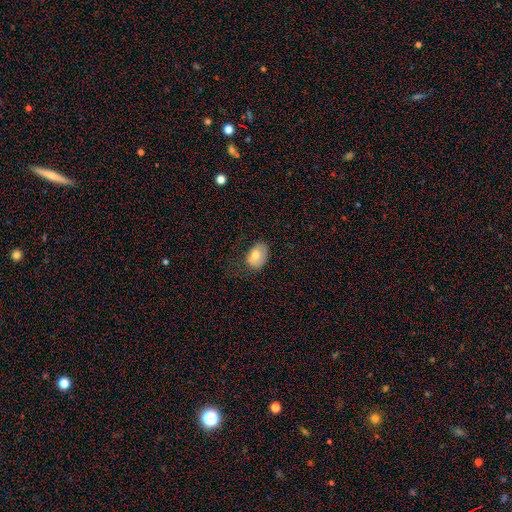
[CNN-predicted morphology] Smooth or featured: smooth — 75% (featured or disk — 17%)
How rounded: in between — 82% (round — 17%)
Merging: none — 54% (minor disturbance — 32%)